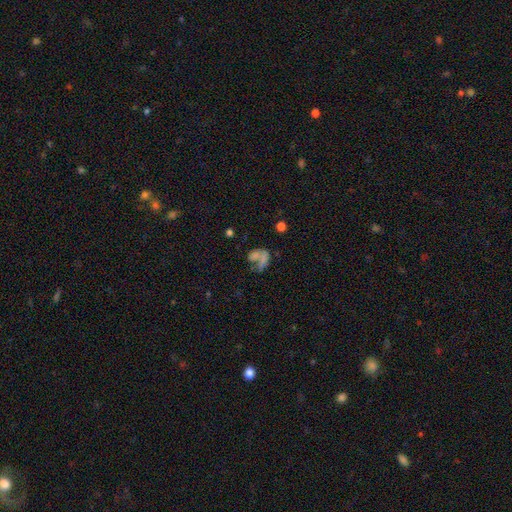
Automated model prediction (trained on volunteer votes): This appears to be a smooth galaxy with no disk features (45%). Merging: merger (36%).